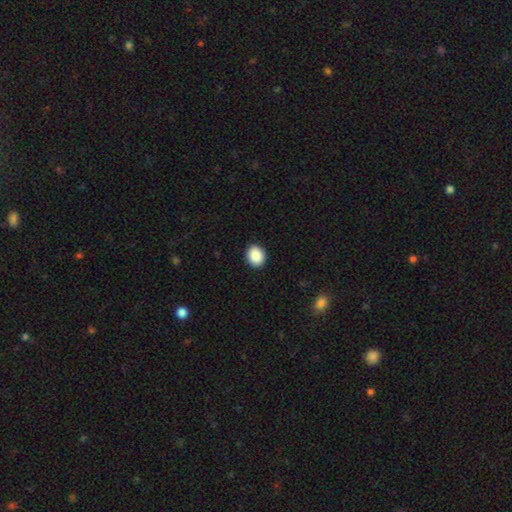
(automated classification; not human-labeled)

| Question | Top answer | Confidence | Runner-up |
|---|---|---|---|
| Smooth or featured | smooth | 89% | star or artifact (8%) |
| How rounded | round | 63% | in between (36%) |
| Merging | none | 92% | minor disturbance (6%) |